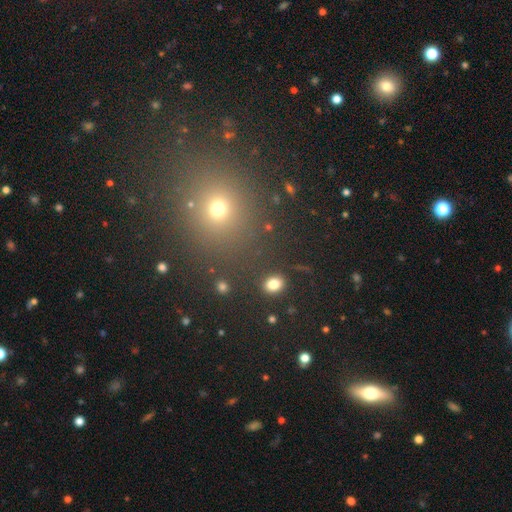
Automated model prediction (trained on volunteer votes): smooth 53%, star or artifact 39%, featured or disk 9%. Down the decision tree: how rounded — round (72%); merging — none (86%).